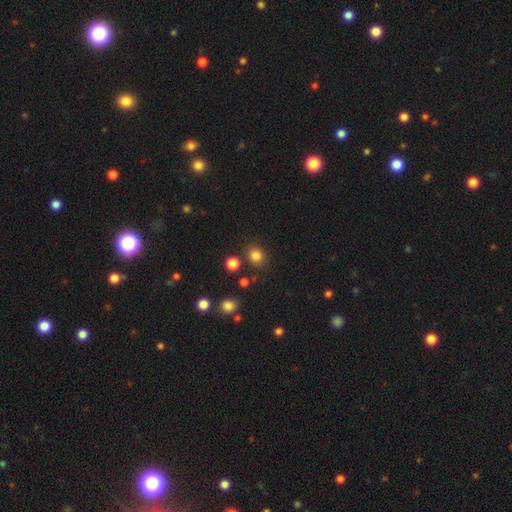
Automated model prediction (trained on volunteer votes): Smooth or featured? smooth (82%)
How rounded? round (79%)
Merging? none (84%)